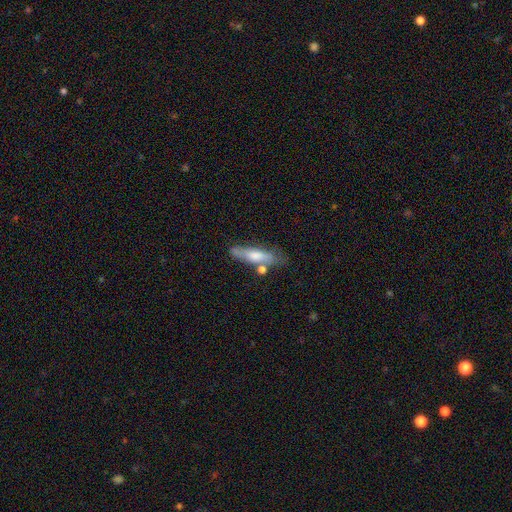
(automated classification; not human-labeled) Smooth or featured?
  - smooth: 60% *
  - featured or disk: 33%
  - star or artifact: 7%
How rounded?
  - cigar-shaped: 70% *
  - in between: 28%
  - round: 2%
Merging?
  - none: 60% *
  - minor disturbance: 20%
  - merger: 13%
  - major disturbance: 7%